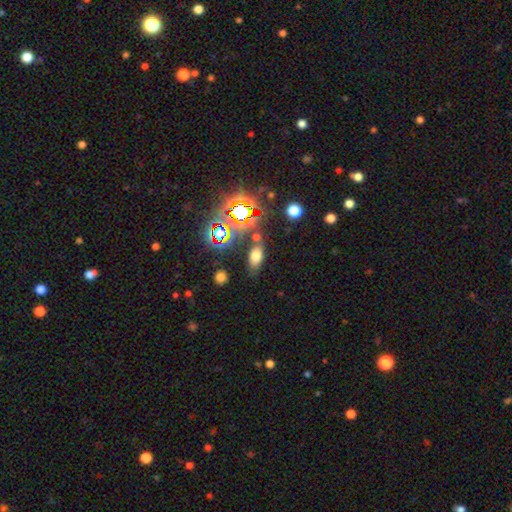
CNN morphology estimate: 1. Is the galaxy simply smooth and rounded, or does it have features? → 64% smooth, 25% star or artifact, 11% featured or disk.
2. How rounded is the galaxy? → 85% in between, 10% round, 4% cigar-shaped.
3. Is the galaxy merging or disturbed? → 74% none, 14% minor disturbance, 7% merger, 5% major disturbance.